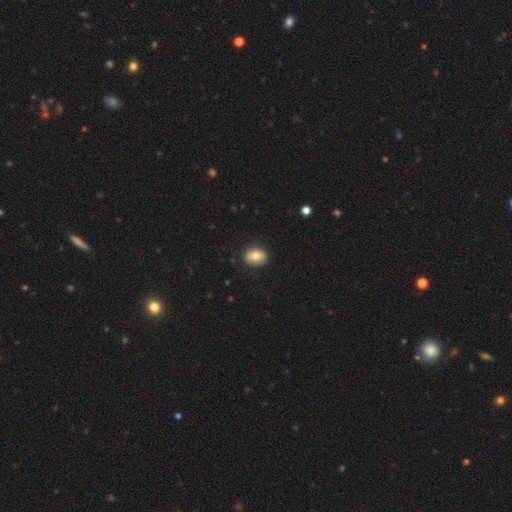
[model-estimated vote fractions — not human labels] Overall: smooth (78%). How rounded: in between (63%; round 36%). Merging: none (88%).